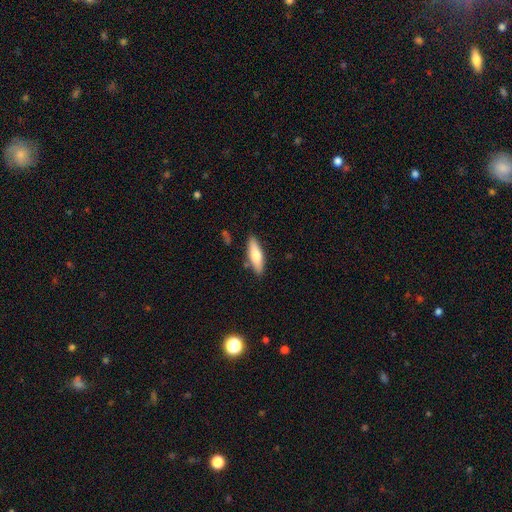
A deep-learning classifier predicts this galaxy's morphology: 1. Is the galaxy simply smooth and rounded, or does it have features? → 65% smooth, 29% featured or disk, 6% star or artifact.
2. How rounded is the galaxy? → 51% cigar-shaped, 47% in between, 2% round.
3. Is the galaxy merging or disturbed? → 85% none, 11% minor disturbance, 2% merger, 2% major disturbance.